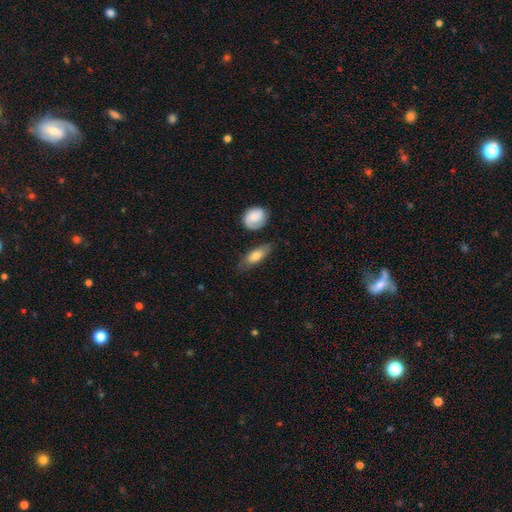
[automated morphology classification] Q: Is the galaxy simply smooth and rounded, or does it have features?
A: smooth — 72%.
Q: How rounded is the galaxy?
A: in between — 75%.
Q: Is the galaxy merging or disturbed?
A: none — 65%.